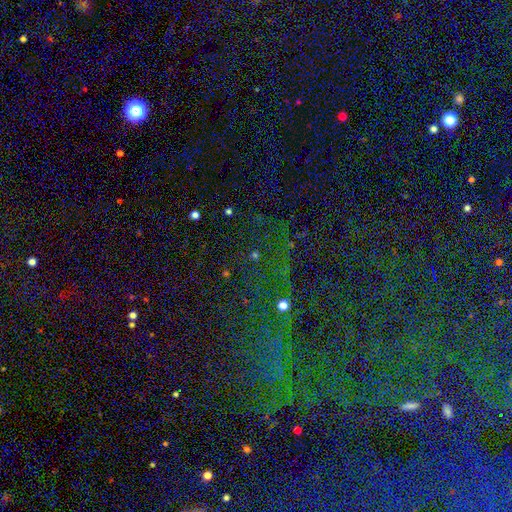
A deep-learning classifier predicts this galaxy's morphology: type=star or artifact (73%).